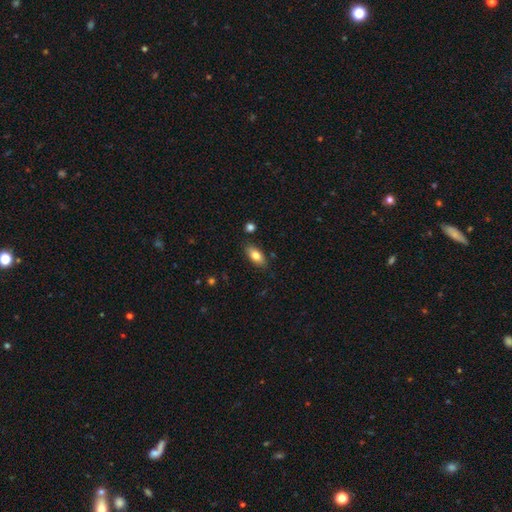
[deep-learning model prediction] A smooth galaxy with no disk features (76%) that is in between round and cigar-shaped (86%).

Vote fractions:
- Smooth or featured? smooth: 76% / featured or disk: 17% / star or artifact: 7%
- How rounded? in between: 86% / cigar-shaped: 10% / round: 4%
- Merging? none: 83% / minor disturbance: 12% / merger: 3% / major disturbance: 2%